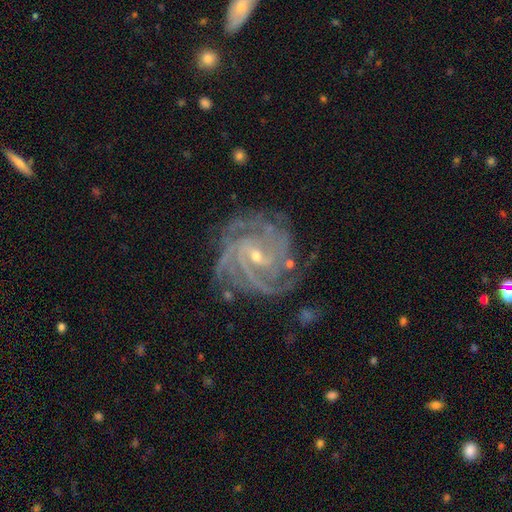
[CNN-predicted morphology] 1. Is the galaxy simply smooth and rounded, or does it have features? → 91% featured or disk, 6% star or artifact, 4% smooth.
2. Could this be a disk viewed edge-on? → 97% no, 3% yes.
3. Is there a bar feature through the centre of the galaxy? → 50% weak, 31% no, 19% strong.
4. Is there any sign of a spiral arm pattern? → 98% yes, 2% no.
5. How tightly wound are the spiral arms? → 70% tight, 27% medium, 4% loose.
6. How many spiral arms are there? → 32% 4, 22% 3, 17% can't tell, 11% 2, 11% more than 4, 7% 1.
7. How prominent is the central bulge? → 65% small, 32% moderate, 1% none, 1% large, 1% dominant.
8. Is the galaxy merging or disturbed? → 72% none, 18% minor disturbance, 8% major disturbance, 2% merger.